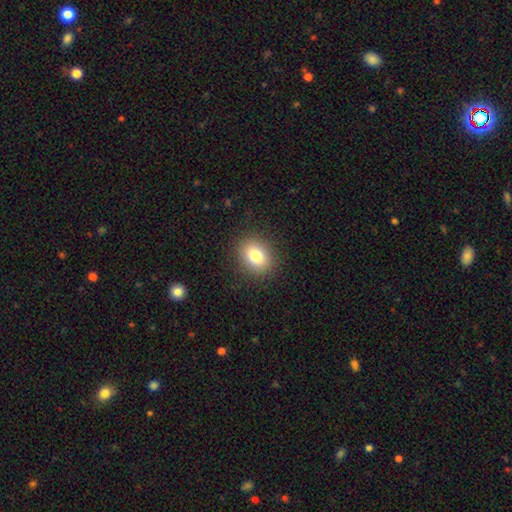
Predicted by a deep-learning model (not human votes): Q: Smooth or featured?
A: smooth (81%); runner-up: star or artifact (10%)
Q: How rounded?
A: in between (56%); runner-up: round (43%)
Q: Merging?
A: none (88%); runner-up: minor disturbance (8%)